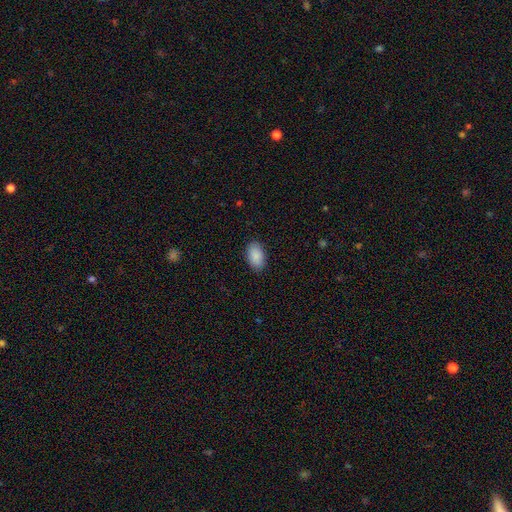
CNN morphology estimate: Overall: smooth (90%). How rounded: in between (93%). Merging: none (88%).